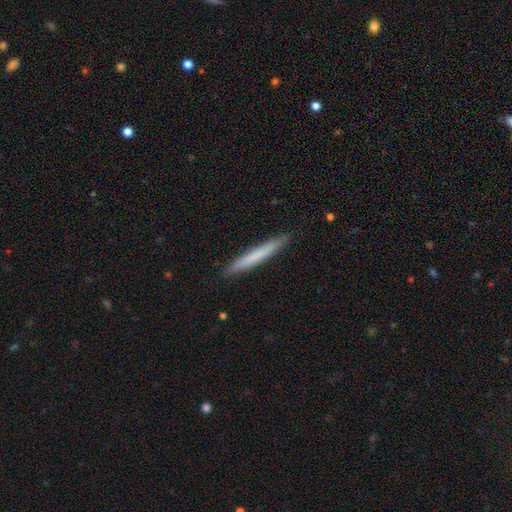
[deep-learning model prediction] smooth-or-featured: smooth: 69% | featured or disk: 25% | star or artifact: 6%
  how-rounded: cigar-shaped: 97% | in between: 2% | round: 1%
  merging: none: 91% | minor disturbance: 7% | major disturbance: 1% | merger: 1%